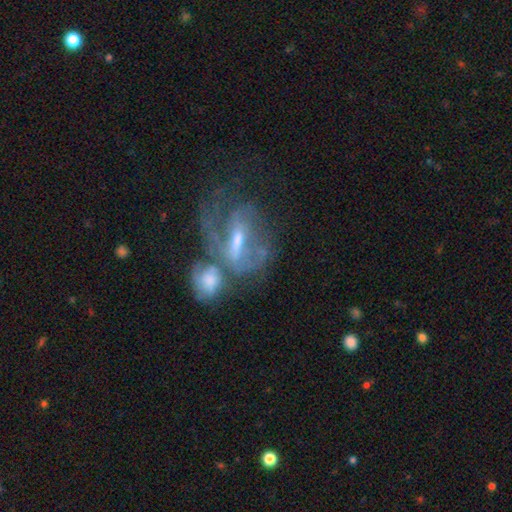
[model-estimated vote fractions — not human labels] featured or disk 75%, smooth 16%, star or artifact 10%. Down the decision tree: edge-on disk — no (91%); bar — weak (41%); spiral arms — yes (72%); bulge size — moderate (47%); merging — merger (50%).